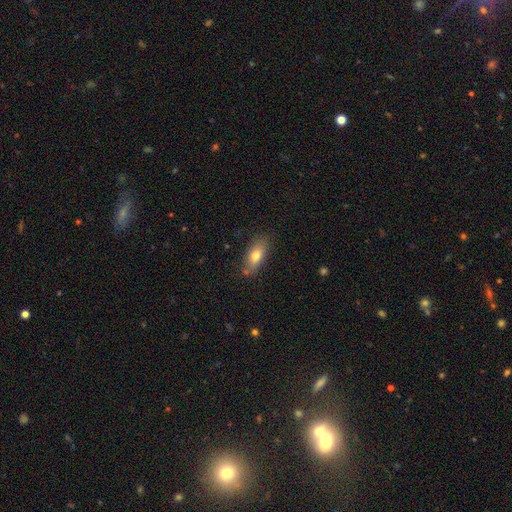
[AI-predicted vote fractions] Smooth or featured?
  - smooth: 74% *
  - featured or disk: 18%
  - star or artifact: 8%
How rounded?
  - in between: 82% *
  - cigar-shaped: 13%
  - round: 5%
Merging?
  - none: 77% *
  - minor disturbance: 16%
  - merger: 4%
  - major disturbance: 3%